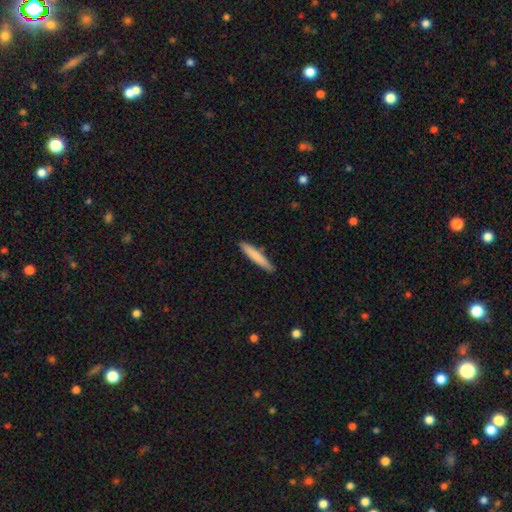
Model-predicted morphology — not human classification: The model was most divided on "smooth or featured": smooth: 78%, featured or disk: 16%, star or artifact: 5%. More confident: how rounded — cigar-shaped (94%); merging — none (89%).